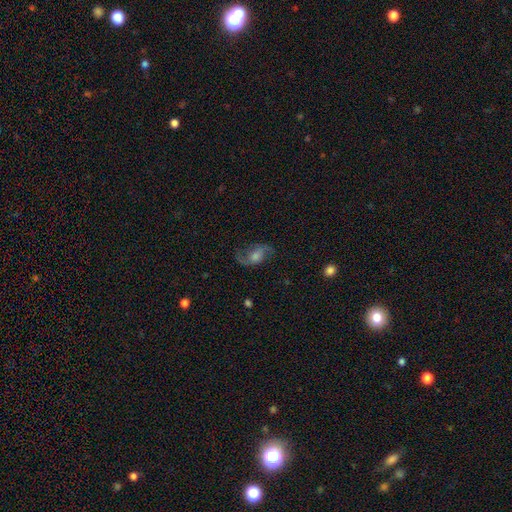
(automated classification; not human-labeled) featured or disk 76%, smooth 15%, star or artifact 9%. Down the decision tree: edge-on disk — no (96%); bar — no (55%); spiral arms — yes (94%); spiral arm count — 2 (90%); spiral winding — loose (54%); bulge size — moderate (44%); merging — none (73%).